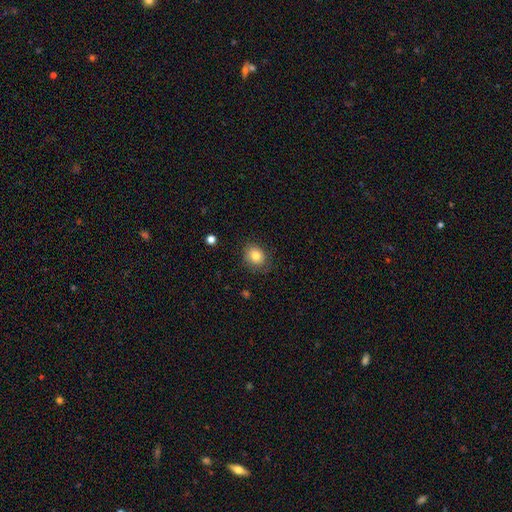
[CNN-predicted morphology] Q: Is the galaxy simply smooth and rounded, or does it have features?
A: smooth — 81%.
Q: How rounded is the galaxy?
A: round — 65%.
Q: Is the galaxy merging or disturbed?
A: none — 82%.